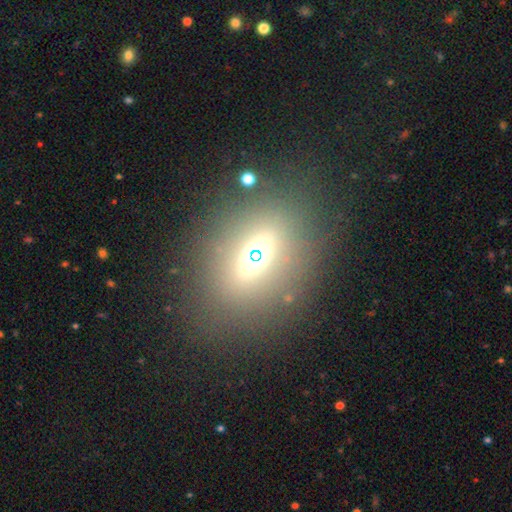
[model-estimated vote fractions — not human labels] Smooth or featured: smooth — 41% (featured or disk — 30%)
Merging: none — 76% (minor disturbance — 11%)